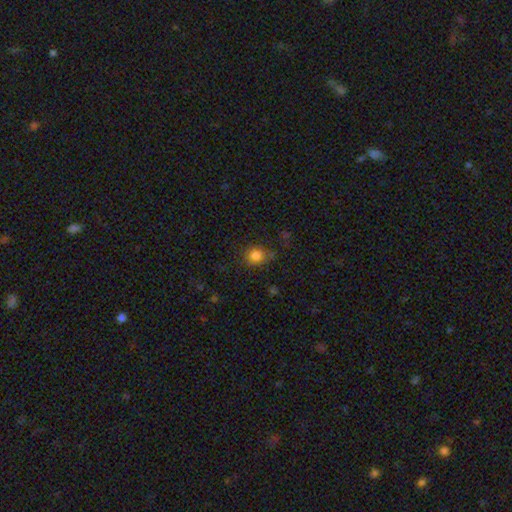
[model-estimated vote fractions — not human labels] Overall: smooth (83%). How rounded: round (81%). Merging: none (78%).